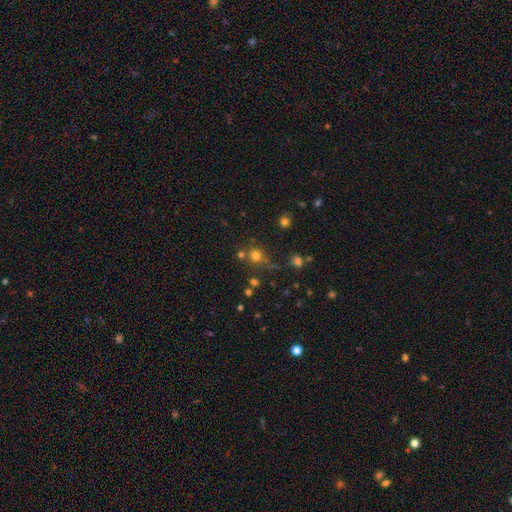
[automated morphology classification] This is likely a smooth galaxy (70%). How rounded: clearly round (89%). Merging: likely none (67%).